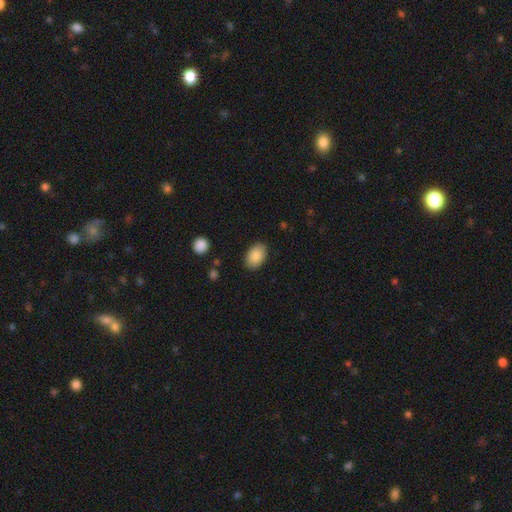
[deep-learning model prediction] Smooth or featured: smooth — 88% (star or artifact — 7%)
How rounded: in between — 90% (round — 9%)
Merging: none — 87% (minor disturbance — 10%)